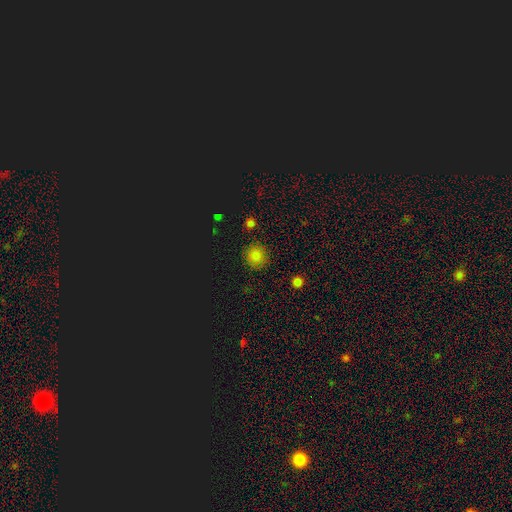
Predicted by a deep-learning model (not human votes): Q: Smooth or featured?
A: smooth (78%); runner-up: star or artifact (17%)
Q: How rounded?
A: round (92%); runner-up: in between (7%)
Q: Merging?
A: none (88%); runner-up: minor disturbance (8%)